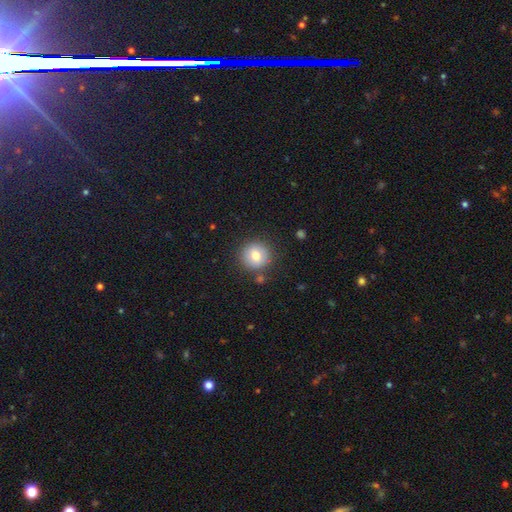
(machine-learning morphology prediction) A smooth galaxy with no disk features (76%) that is round (93%). Merging: none (85%).